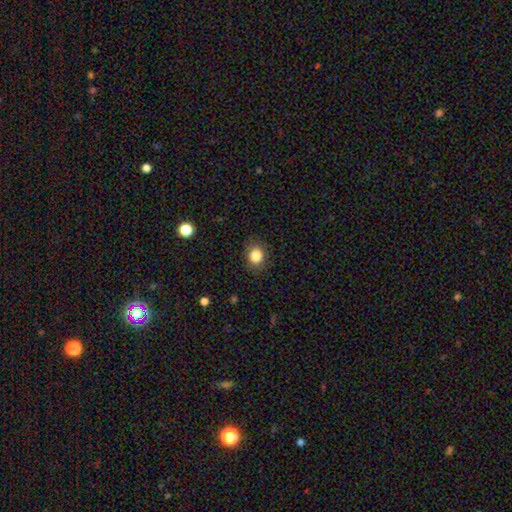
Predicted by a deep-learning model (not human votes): Smooth or featured? Predicted: smooth (p=0.84). How rounded? Predicted: round (p=0.63). Merging? Predicted: none (p=0.85).